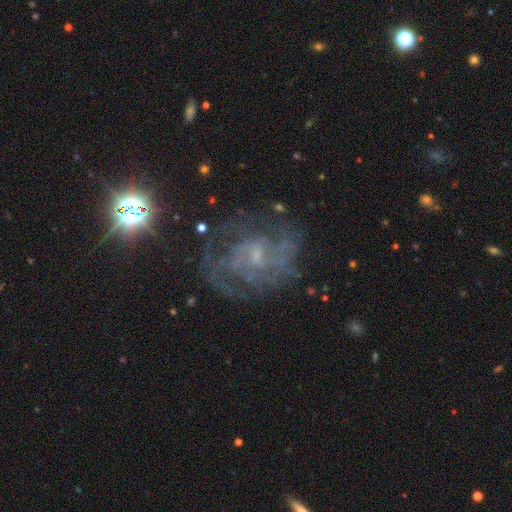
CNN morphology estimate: A featured or disk galaxy (77%) with no bar (48%), medium (44%) spiral arms (86%) and a small central bulge (58%). Merging: none (64%).